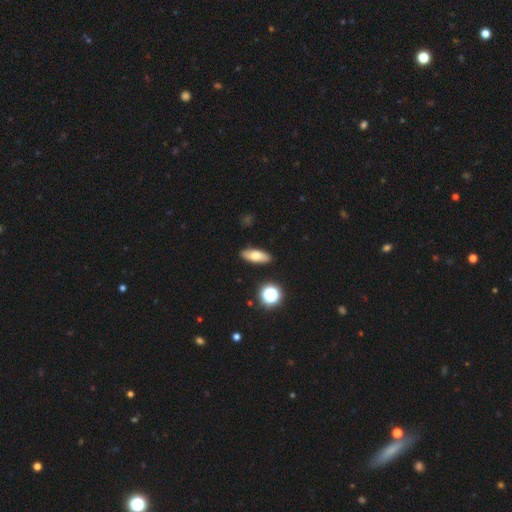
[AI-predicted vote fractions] This appears to be a smooth galaxy with no disk features (71%) that is in between round and cigar-shaped (69%). Merging: none (89%).